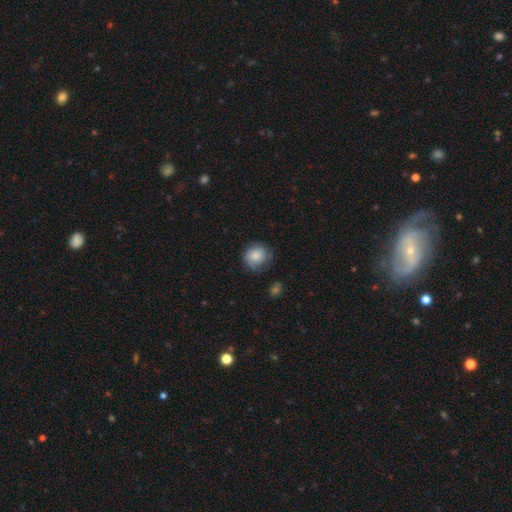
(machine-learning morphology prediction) A smooth galaxy with no disk features (74%) that is round (85%).

Vote fractions:
- Smooth or featured? smooth: 74% / featured or disk: 18% / star or artifact: 8%
- How rounded? round: 85% / in between: 14% / cigar-shaped: 1%
- Merging? none: 67% / minor disturbance: 24% / major disturbance: 8% / merger: 2%